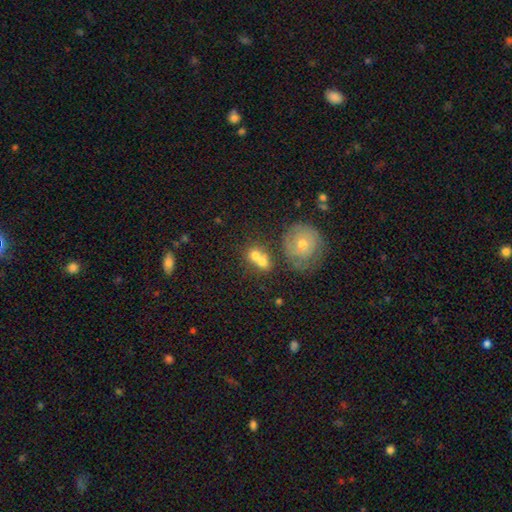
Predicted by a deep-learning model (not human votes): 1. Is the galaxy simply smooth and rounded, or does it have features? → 67% smooth, 23% featured or disk, 11% star or artifact.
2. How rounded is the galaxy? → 71% round, 28% in between, 1% cigar-shaped.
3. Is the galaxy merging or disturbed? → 60% merger, 27% none, 8% minor disturbance, 5% major disturbance.